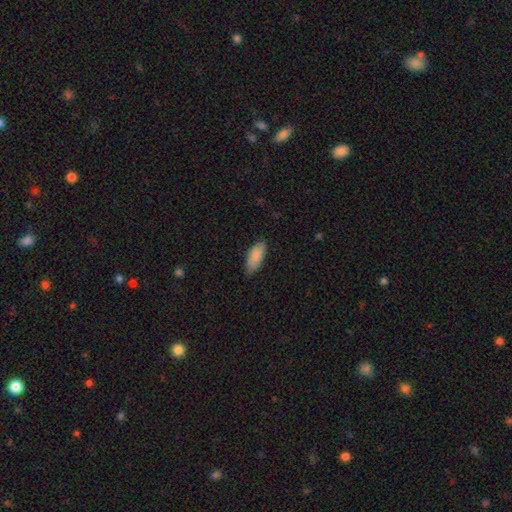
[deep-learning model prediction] Smooth or featured? Predicted: smooth (p=0.86). How rounded? Predicted: in between (p=0.83). Merging? Predicted: none (p=0.70).